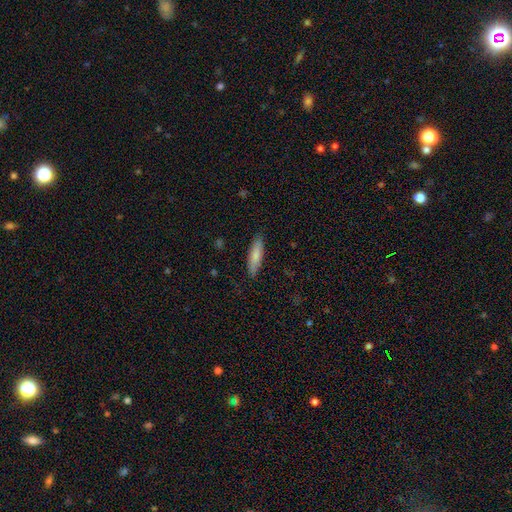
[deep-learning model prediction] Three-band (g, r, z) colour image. It shows a smooth galaxy with no disk features (78%) that is cigar-shaped (63%). Merging: none (85%).